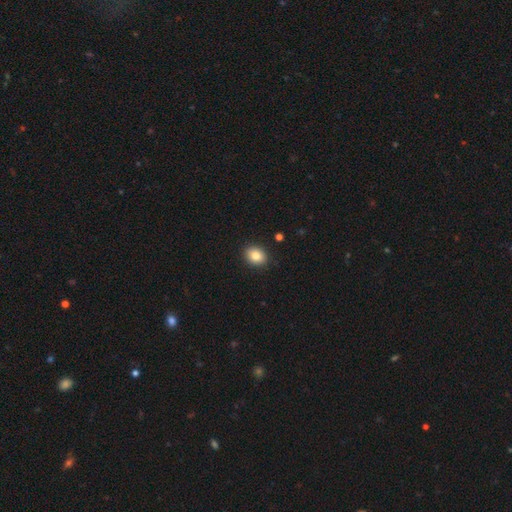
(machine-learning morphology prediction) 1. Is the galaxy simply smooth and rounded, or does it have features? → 83% smooth, 9% star or artifact, 8% featured or disk.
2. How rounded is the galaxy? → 51% round, 48% in between, 1% cigar-shaped.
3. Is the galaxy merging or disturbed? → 90% none, 7% minor disturbance, 2% major disturbance, 1% merger.